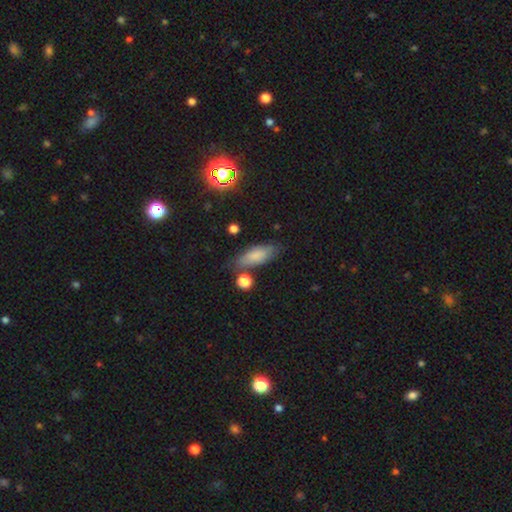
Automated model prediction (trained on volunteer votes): The model was most divided on "how rounded": in between: 70%, cigar-shaped: 27%, round: 3%. More confident: smooth or featured — smooth (78%); merging — none (72%).